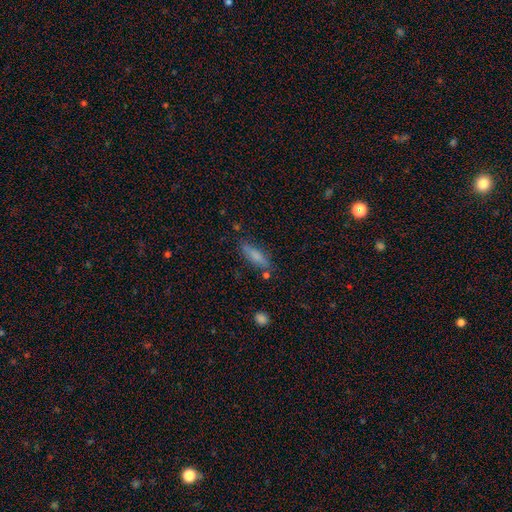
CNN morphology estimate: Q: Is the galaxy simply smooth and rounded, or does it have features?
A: smooth — 78%.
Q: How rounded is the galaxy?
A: cigar-shaped — 53%.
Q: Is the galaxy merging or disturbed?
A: none — 74%.